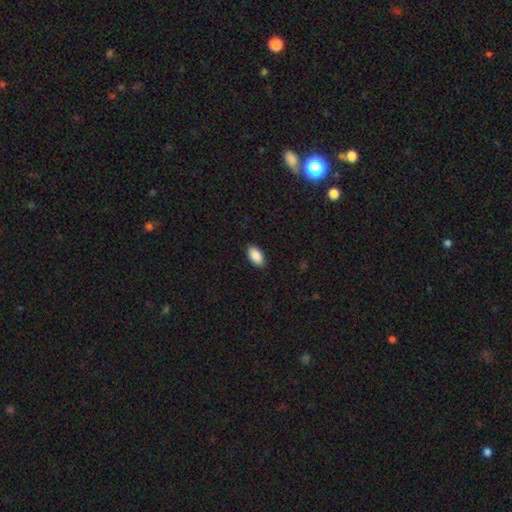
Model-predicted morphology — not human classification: smooth-or-featured: smooth: 90% | star or artifact: 6% | featured or disk: 4%
  how-rounded: in between: 95% | cigar-shaped: 3% | round: 2%
  merging: none: 90% | minor disturbance: 8% | major disturbance: 2% | merger: 1%